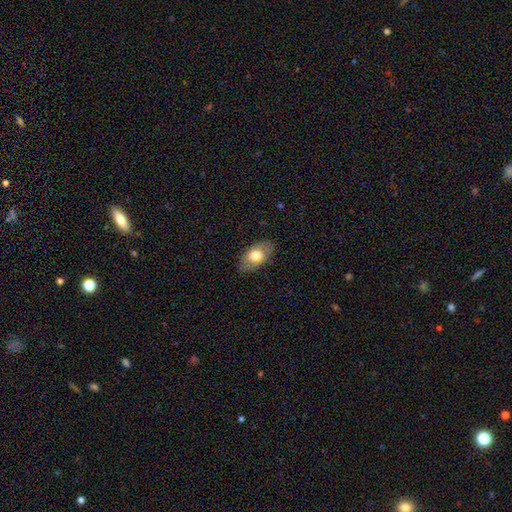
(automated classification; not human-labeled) This appears to be a smooth galaxy with no disk features (68%) that is in between round and cigar-shaped (92%). Merging: none (84%).